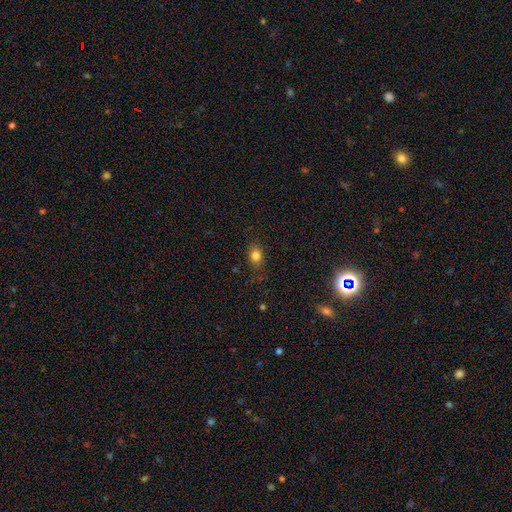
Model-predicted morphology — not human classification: Q: Smooth or featured?
A: smooth (80%); runner-up: star or artifact (12%)
Q: How rounded?
A: in between (58%); runner-up: round (40%)
Q: Merging?
A: none (78%); runner-up: minor disturbance (16%)